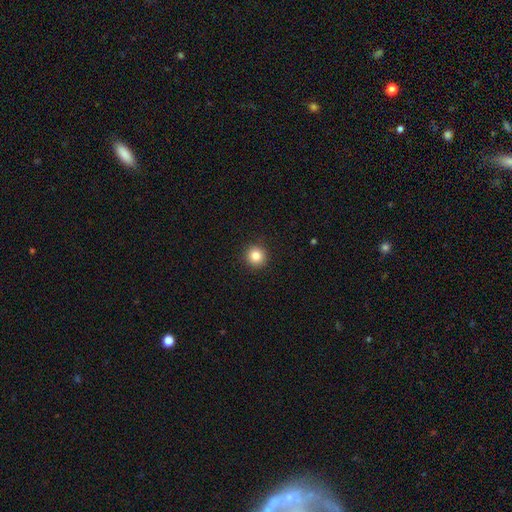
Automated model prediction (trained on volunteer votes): The model was most divided on "smooth or featured": smooth: 84%, star or artifact: 11%, featured or disk: 5%. More confident: how rounded — round (95%); merging — none (92%).